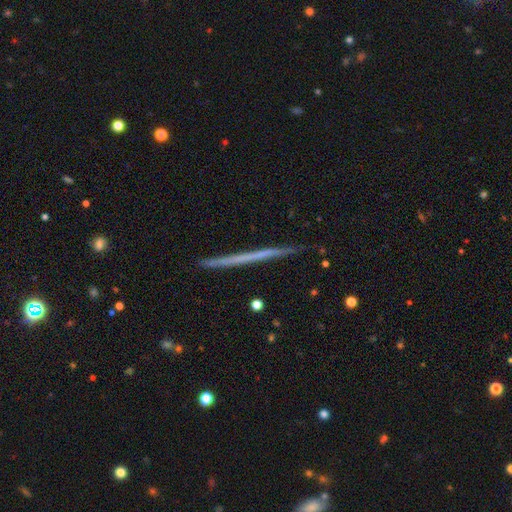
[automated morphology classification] Smooth or featured? featured or disk (57%)
Edge-on disk? yes (98%)
Edge-on bulge? none (92%)
Merging? none (91%)